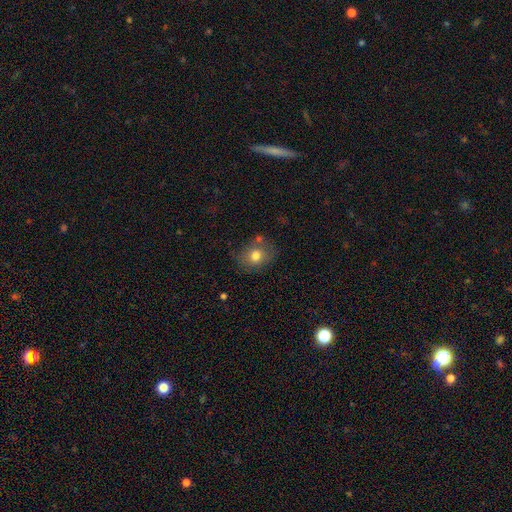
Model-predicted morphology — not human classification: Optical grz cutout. It shows a smooth galaxy with no disk features (76%) that is round (59%). Merging: none (69%).